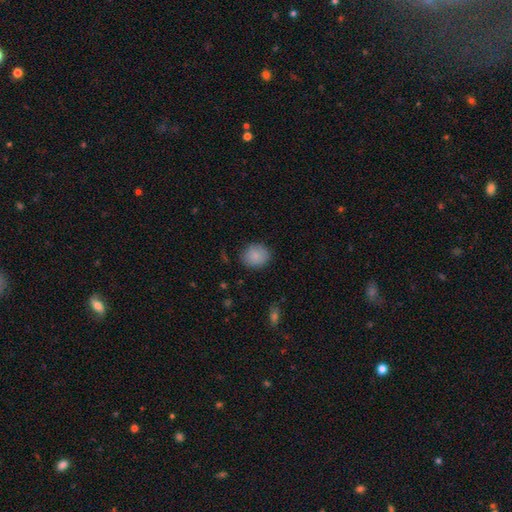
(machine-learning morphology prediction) Smooth or featured? smooth (86%)
How rounded? round (74%)
Merging? none (82%)